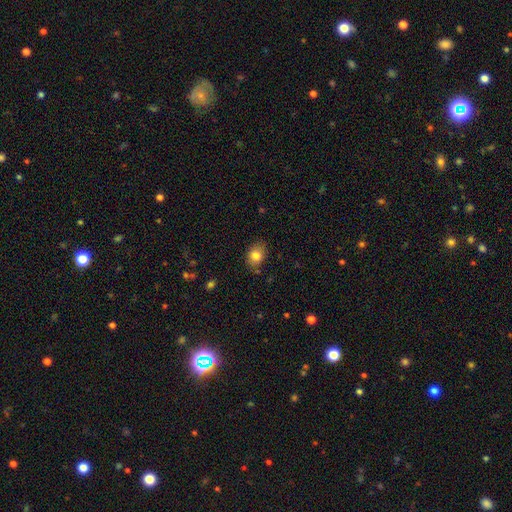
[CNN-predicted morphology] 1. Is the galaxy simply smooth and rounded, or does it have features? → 81% smooth, 10% featured or disk, 9% star or artifact.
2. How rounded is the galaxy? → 68% in between, 31% round, 1% cigar-shaped.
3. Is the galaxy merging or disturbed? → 79% none, 16% minor disturbance, 3% major disturbance, 2% merger.